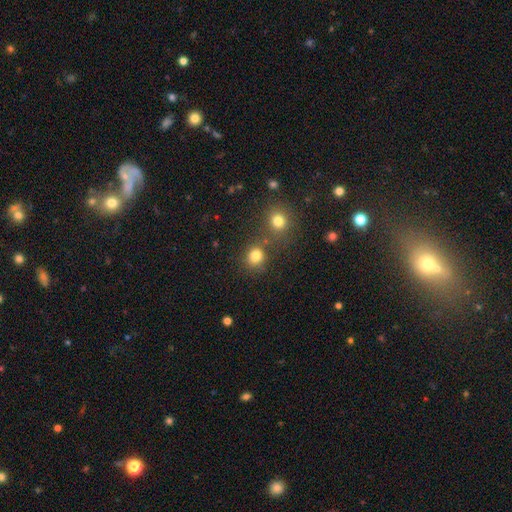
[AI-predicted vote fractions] smooth-or-featured: smooth: 81% | star or artifact: 14% | featured or disk: 5%
  how-rounded: round: 84% | in between: 15% | cigar-shaped: 1%
  merging: none: 67% | merger: 21% | minor disturbance: 9% | major disturbance: 4%